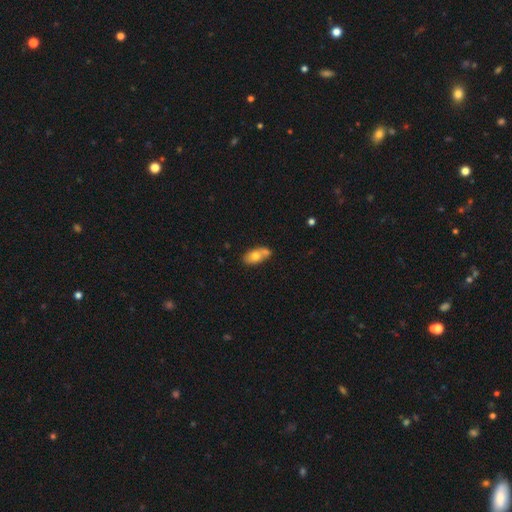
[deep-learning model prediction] The model was most divided on "merging": none: 45%, merger: 32%, minor disturbance: 18%, major disturbance: 5%. More confident: how rounded — in between (87%); smooth or featured — smooth (67%).